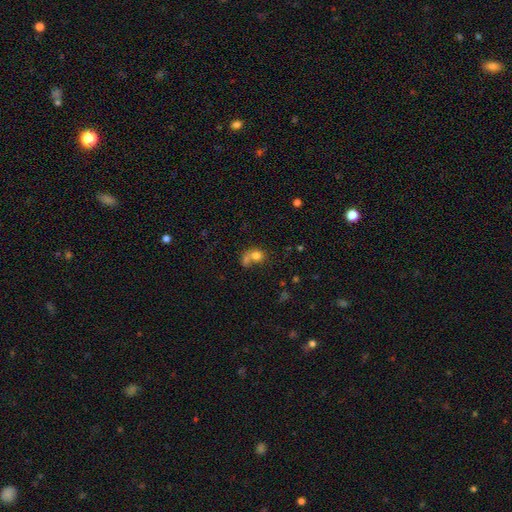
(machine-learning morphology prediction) smooth 71%, featured or disk 17%, star or artifact 12%. Down the decision tree: how rounded — round (59%); merging — merger (37%).